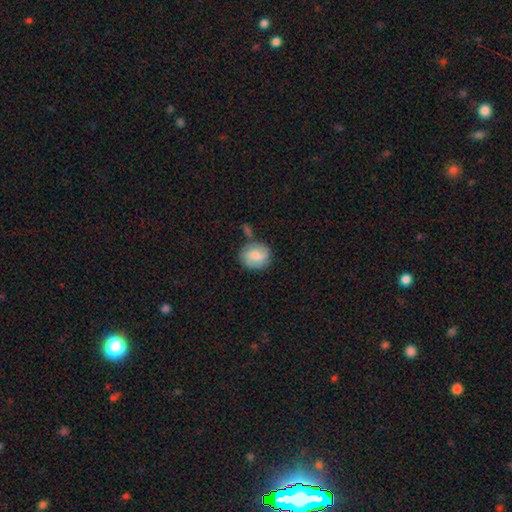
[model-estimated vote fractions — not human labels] smooth-or-featured: smooth: 56% | featured or disk: 37% | star or artifact: 7%
  how-rounded: round: 65% | in between: 34% | cigar-shaped: 1%
  merging: none: 63% | minor disturbance: 20% | merger: 11% | major disturbance: 7%